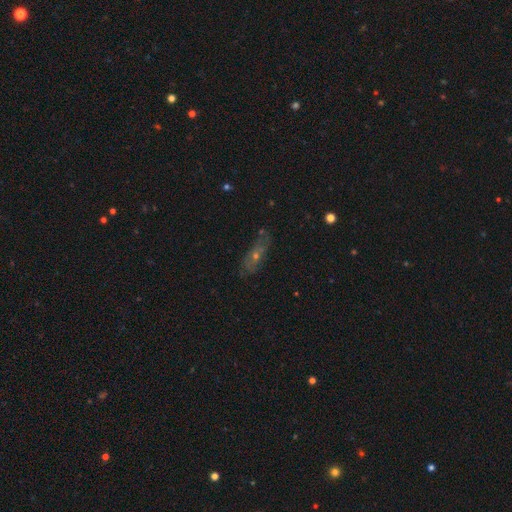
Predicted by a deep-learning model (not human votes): Smooth or featured: featured or disk — 48% (smooth — 35%)
Merging: none — 69% (minor disturbance — 21%)